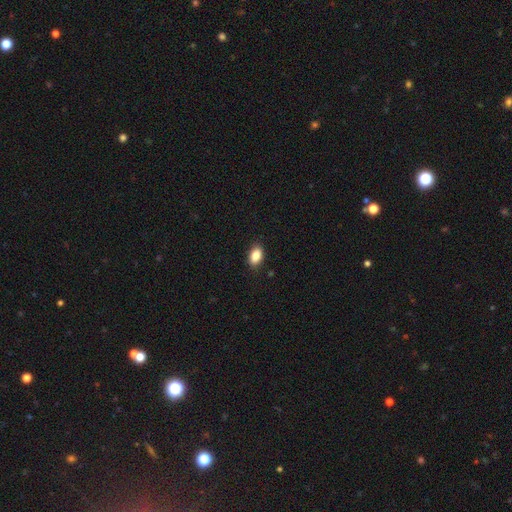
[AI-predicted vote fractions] The model was most divided on "smooth or featured": smooth: 86%, star or artifact: 8%, featured or disk: 6%. More confident: how rounded — in between (89%); merging — none (88%).